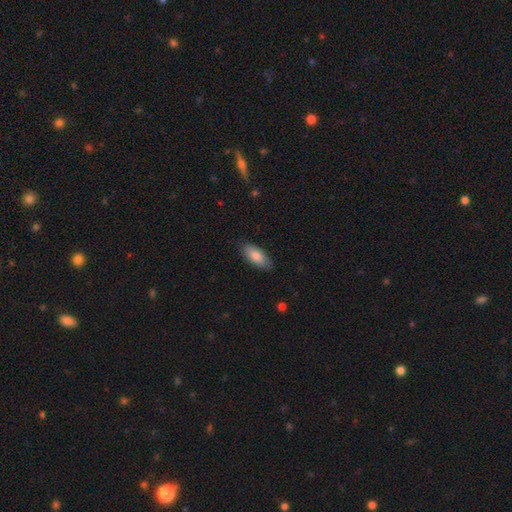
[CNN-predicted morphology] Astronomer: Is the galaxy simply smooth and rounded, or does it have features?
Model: smooth — 82%.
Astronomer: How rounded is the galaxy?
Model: in between — 85%.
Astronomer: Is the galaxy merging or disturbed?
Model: none — 84%.